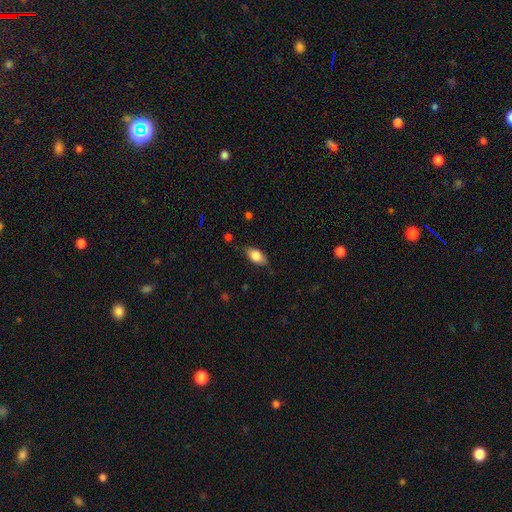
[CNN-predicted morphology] smooth-or-featured: smooth: 79% | featured or disk: 14% | star or artifact: 7%
  how-rounded: in between: 88% | cigar-shaped: 7% | round: 5%
  merging: none: 78% | minor disturbance: 17% | major disturbance: 3% | merger: 1%